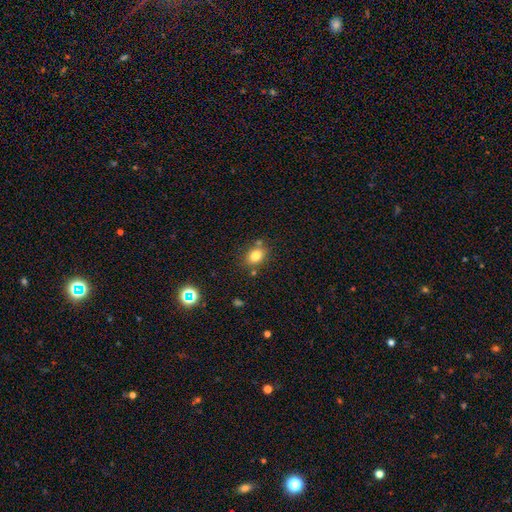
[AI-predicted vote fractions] Smooth or featured?
  - smooth: 81% *
  - star or artifact: 11%
  - featured or disk: 8%
How rounded?
  - in between: 61% *
  - round: 38%
  - cigar-shaped: 1%
Merging?
  - none: 75% *
  - minor disturbance: 13%
  - merger: 8%
  - major disturbance: 4%